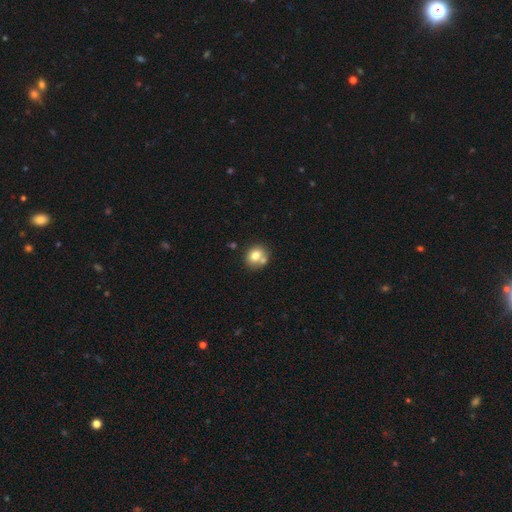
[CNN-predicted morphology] Smooth or featured: smooth — 77% (featured or disk — 13%)
How rounded: round — 72% (in between — 27%)
Merging: none — 56% (merger — 28%)